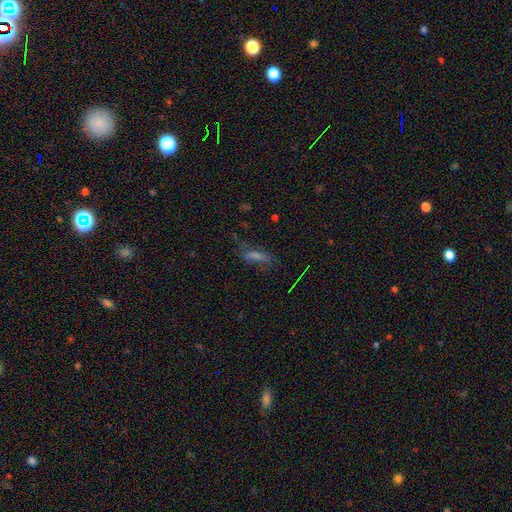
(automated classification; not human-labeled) Morphology: type=smooth (47%); merging=none (58%).